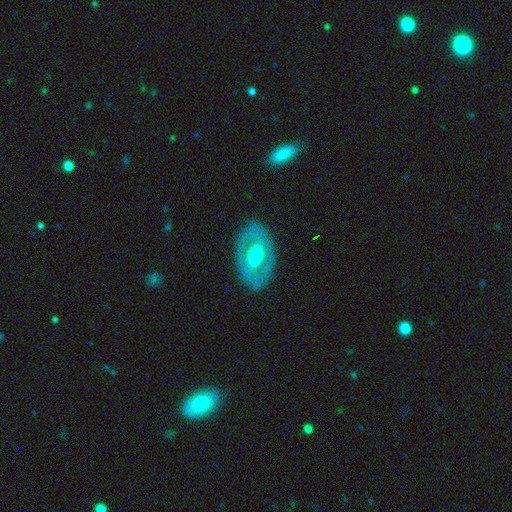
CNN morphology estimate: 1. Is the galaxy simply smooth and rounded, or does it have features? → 64% featured or disk, 31% smooth, 5% star or artifact.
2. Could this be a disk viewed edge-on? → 91% no, 9% yes.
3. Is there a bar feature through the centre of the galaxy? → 53% no, 31% weak, 16% strong.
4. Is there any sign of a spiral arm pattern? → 74% no, 26% yes.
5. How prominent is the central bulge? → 70% moderate, 15% small, 12% large, 1% dominant, 1% none.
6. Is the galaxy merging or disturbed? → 82% none, 12% minor disturbance, 5% major disturbance, 1% merger.